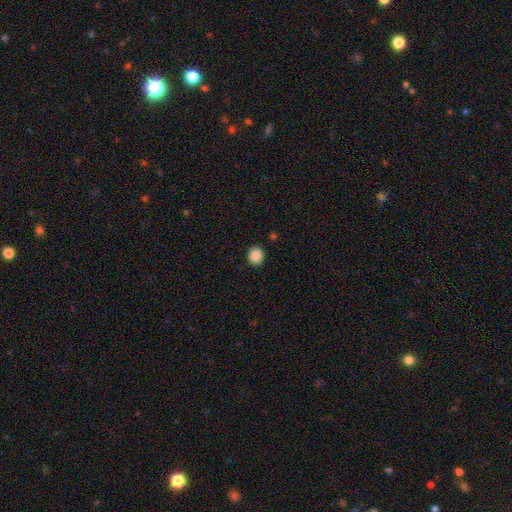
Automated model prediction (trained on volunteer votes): Smooth or featured? Predicted: smooth (p=0.88). How rounded? Predicted: round (p=0.71). Merging? Predicted: none (p=0.90).